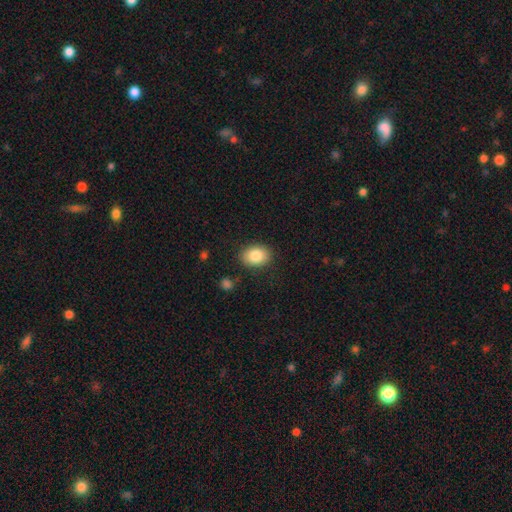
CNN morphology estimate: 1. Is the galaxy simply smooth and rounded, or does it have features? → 85% smooth, 8% featured or disk, 7% star or artifact.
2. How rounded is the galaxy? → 71% in between, 28% round, 1% cigar-shaped.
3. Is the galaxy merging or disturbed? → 86% none, 10% minor disturbance, 3% major disturbance, 1% merger.